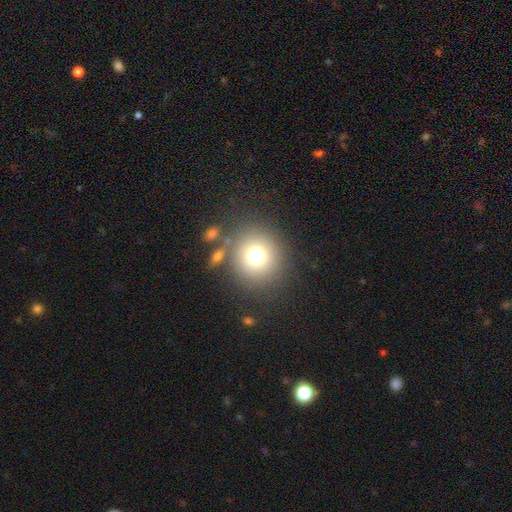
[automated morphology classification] Smooth or featured: smooth — 74% (star or artifact — 15%)
How rounded: round — 91% (in between — 8%)
Merging: none — 81% (minor disturbance — 8%)